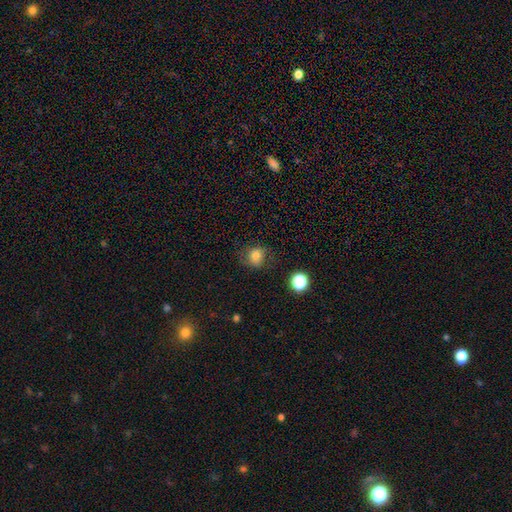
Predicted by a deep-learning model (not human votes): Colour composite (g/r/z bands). It shows a smooth galaxy with no disk features (78%) that is round (72%). Merging: none (70%).